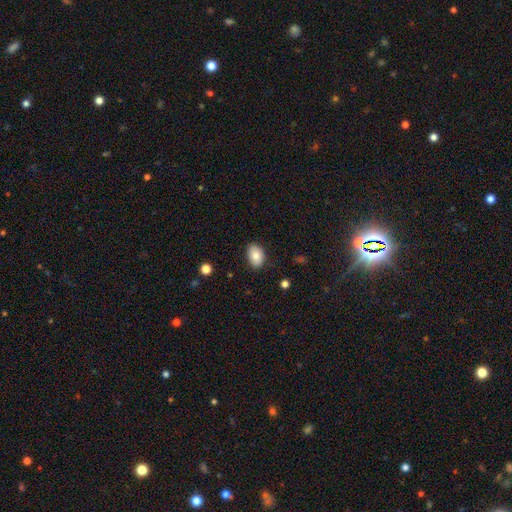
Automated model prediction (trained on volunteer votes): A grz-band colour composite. It shows a smooth galaxy with no disk features (82%) that is in between round and cigar-shaped (85%). Merging: none (85%).